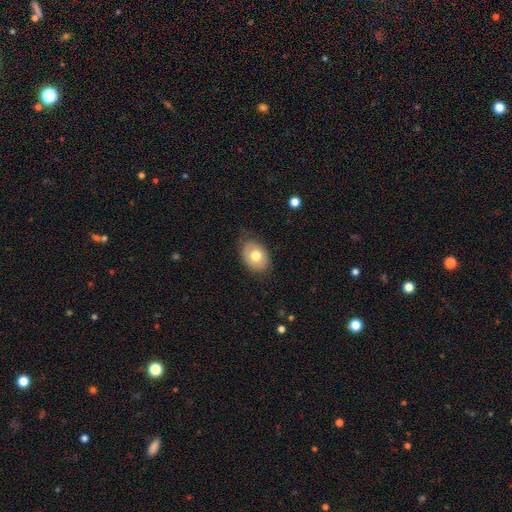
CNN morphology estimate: This appears to be a smooth galaxy with no disk features (70%) that is in between round and cigar-shaped (73%). Merging: none (74%).